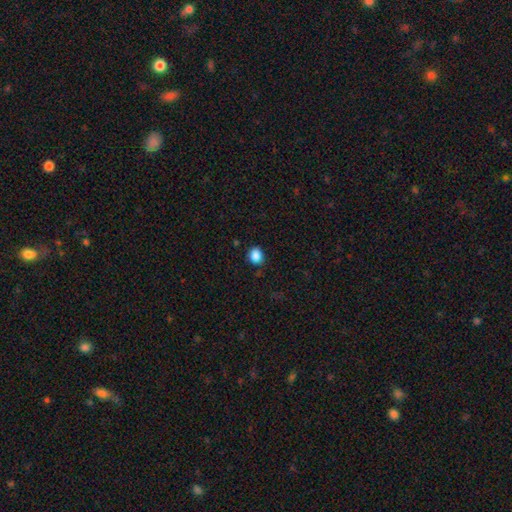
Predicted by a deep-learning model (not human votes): This is clearly a smooth galaxy (87%). How rounded: likely round (62%). Merging: clearly none (84%).